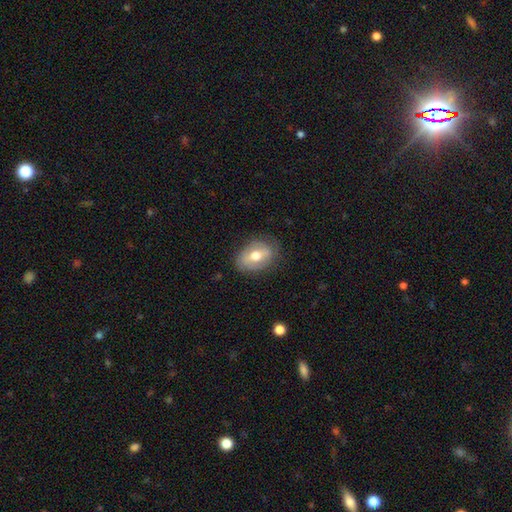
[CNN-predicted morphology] Q: Smooth or featured?
A: smooth (51%); runner-up: featured or disk (42%)
Q: How rounded?
A: in between (75%); runner-up: round (23%)
Q: Merging?
A: none (76%); runner-up: minor disturbance (18%)